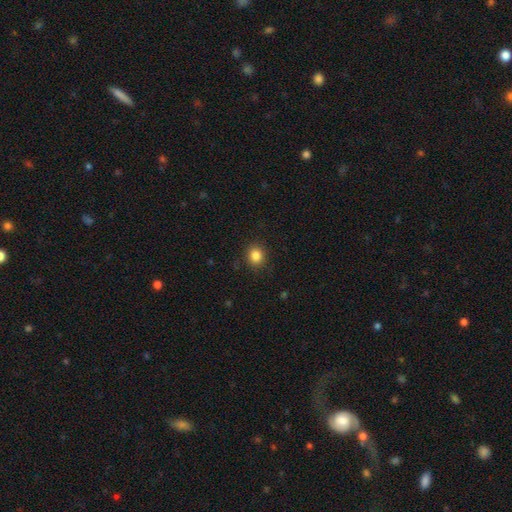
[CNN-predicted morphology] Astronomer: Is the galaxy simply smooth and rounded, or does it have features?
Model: smooth — 85%.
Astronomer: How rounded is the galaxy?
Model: round — 79%.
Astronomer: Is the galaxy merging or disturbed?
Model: none — 90%.